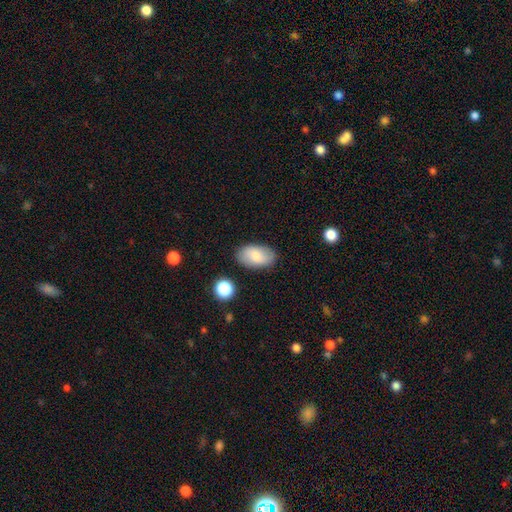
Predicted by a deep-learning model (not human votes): smooth_or_featured: smooth (p=0.77) [alt: featured or disk p=0.16]
how_rounded: in between (p=0.94) [alt: round p=0.05]
merging: none (p=0.83) [alt: minor disturbance p=0.12]